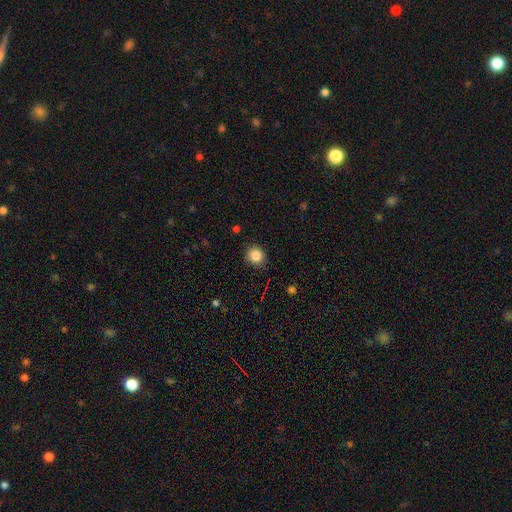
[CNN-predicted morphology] smooth 86%, star or artifact 10%, featured or disk 4%. Down the decision tree: how rounded — round (78%); merging — none (87%).